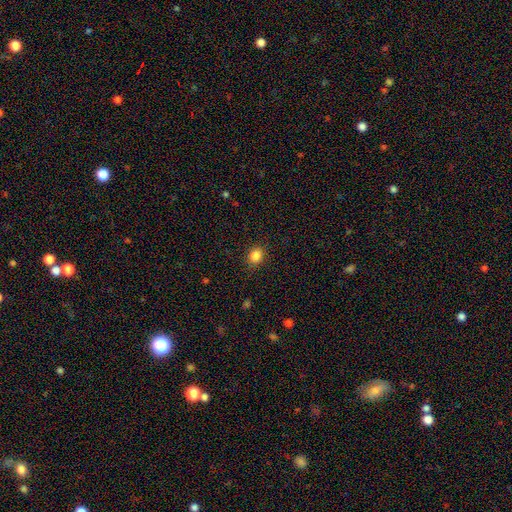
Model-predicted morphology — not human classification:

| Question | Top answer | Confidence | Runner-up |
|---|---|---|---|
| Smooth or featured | smooth | 85% | star or artifact (11%) |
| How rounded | round | 65% | in between (34%) |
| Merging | none | 87% | minor disturbance (9%) |